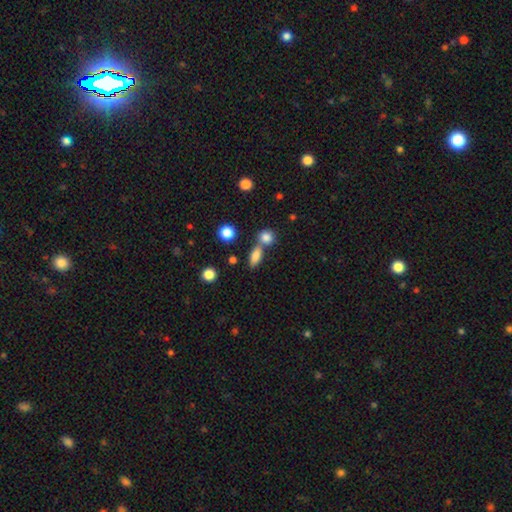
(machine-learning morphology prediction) A smooth galaxy with no disk features (80%) that is in between round and cigar-shaped (67%). Merging: none (56%).